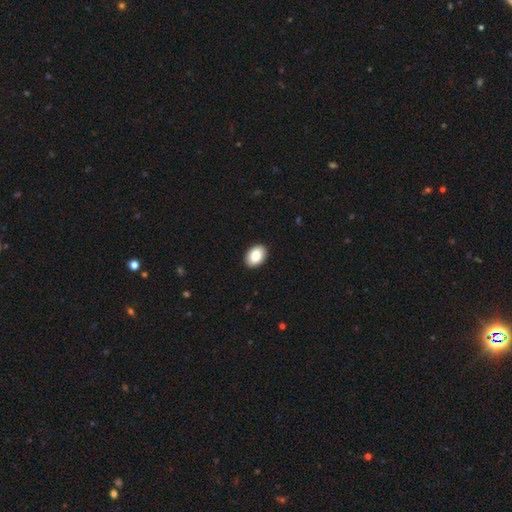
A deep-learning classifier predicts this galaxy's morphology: A smooth galaxy with no disk features (85%) that is in between round and cigar-shaped (84%). Merging: none (92%).